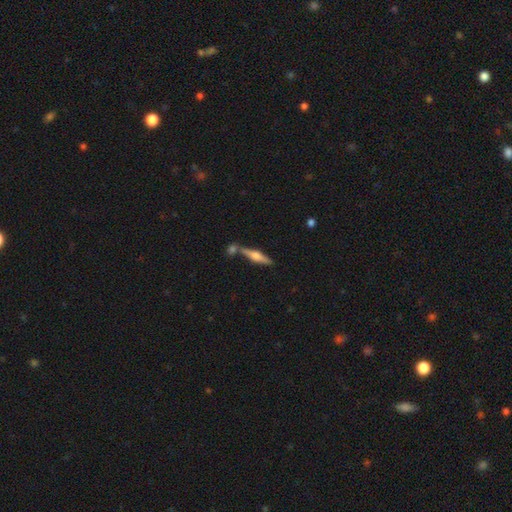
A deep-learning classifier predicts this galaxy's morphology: smooth_or_featured: featured or disk (p=0.63) [alt: smooth p=0.31]
disk_edge_on: yes (p=0.96) [alt: no p=0.04]
edge_on_bulge: rounded (p=0.88) [alt: boxy p=0.09]
merging: none (p=0.69) [alt: merger p=0.17]